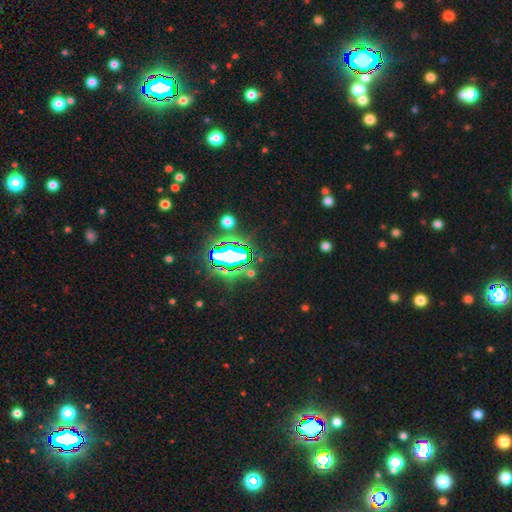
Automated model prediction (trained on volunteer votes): Smooth or featured: star or artifact — 78% (smooth — 13%)